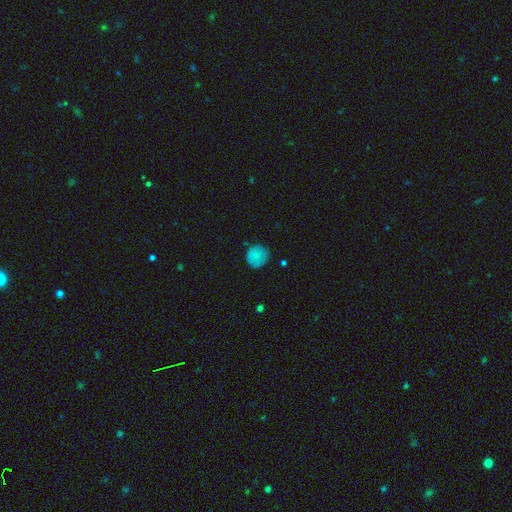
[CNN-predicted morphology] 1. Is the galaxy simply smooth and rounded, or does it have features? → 81% smooth, 10% featured or disk, 9% star or artifact.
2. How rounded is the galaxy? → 90% round, 9% in between, 1% cigar-shaped.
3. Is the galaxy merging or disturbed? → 82% none, 14% minor disturbance, 3% major disturbance, 1% merger.